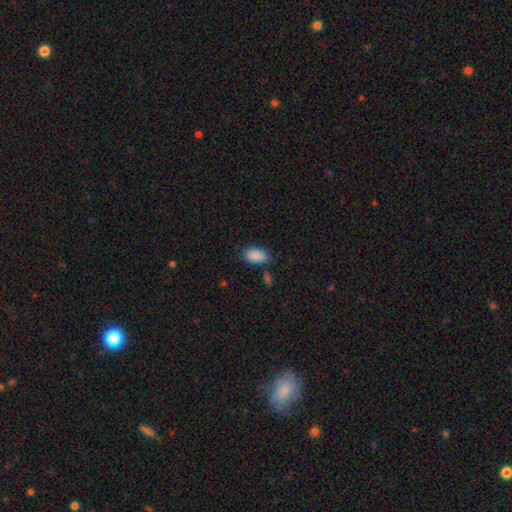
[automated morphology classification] Overall: smooth (89%). How rounded: in between (93%). Merging: none (75%).